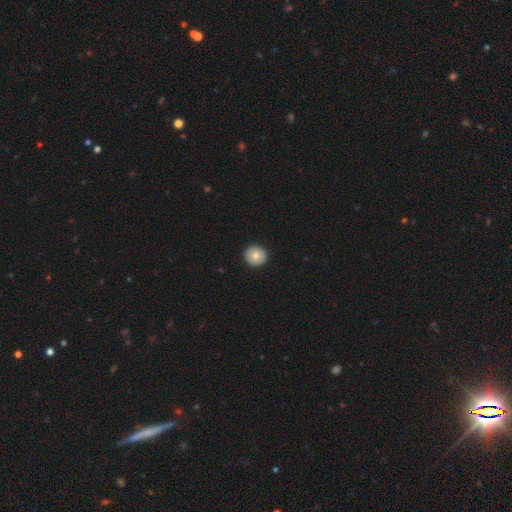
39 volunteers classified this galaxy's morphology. type=smooth (79%); roundness=round (100%); merging=none (95%).